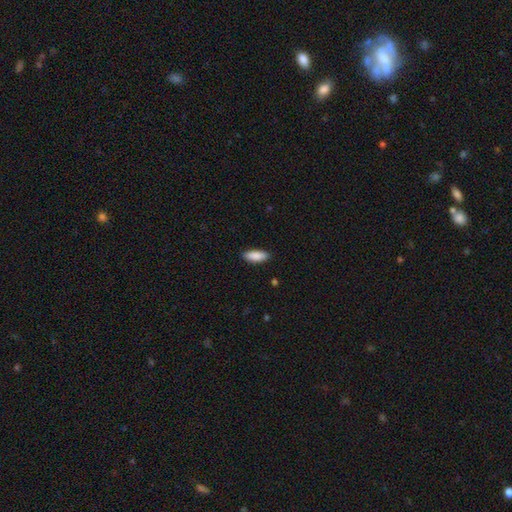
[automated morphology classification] This appears to be a smooth galaxy with no disk features (89%) that is in between round and cigar-shaped (74%). Merging: none (88%).